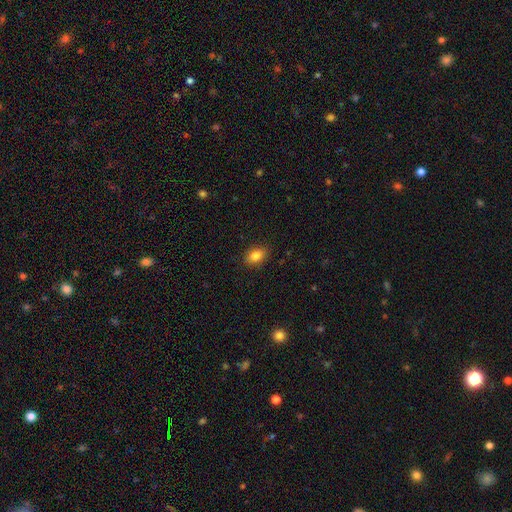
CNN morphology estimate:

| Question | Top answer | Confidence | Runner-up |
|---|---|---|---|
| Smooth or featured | smooth | 84% | star or artifact (9%) |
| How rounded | in between | 79% | round (20%) |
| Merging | none | 88% | minor disturbance (9%) |